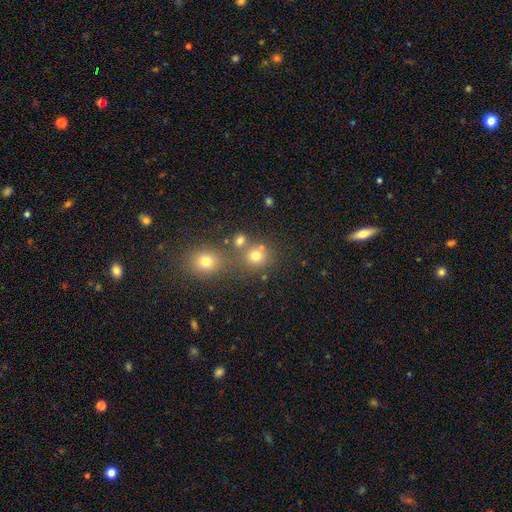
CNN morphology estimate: smooth 74%, star or artifact 18%, featured or disk 8%. Down the decision tree: how rounded — round (87%); merging — none (64%).